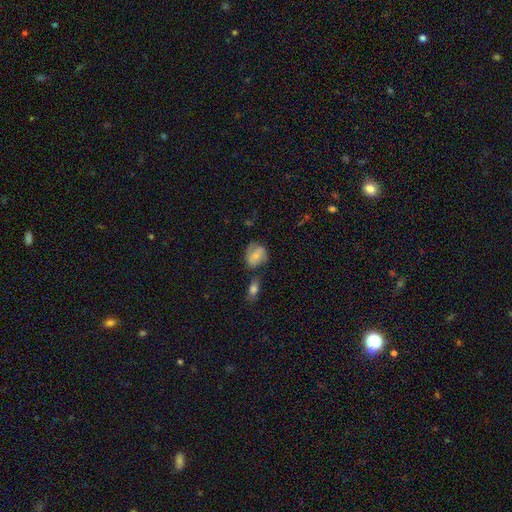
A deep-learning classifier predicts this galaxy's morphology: smooth_or_featured: smooth (p=0.57) [alt: featured or disk p=0.35]
how_rounded: in between (p=0.51) [alt: round p=0.48]
merging: none (p=0.56) [alt: minor disturbance p=0.24]